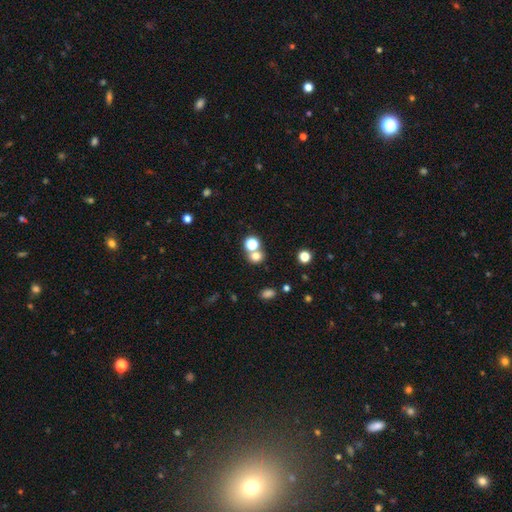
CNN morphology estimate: This is likely a smooth galaxy (71%). How rounded: likely round (76%). Merging: possibly none (55%).